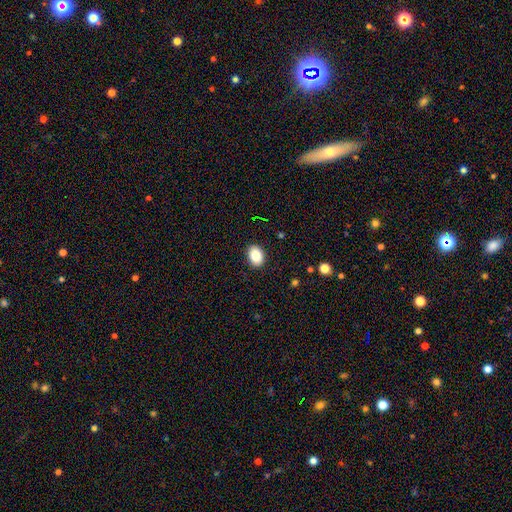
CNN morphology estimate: smooth_or_featured: smooth (p=0.86) [alt: star or artifact p=0.08]
how_rounded: in between (p=0.78) [alt: round p=0.21]
merging: none (p=0.90) [alt: minor disturbance p=0.07]